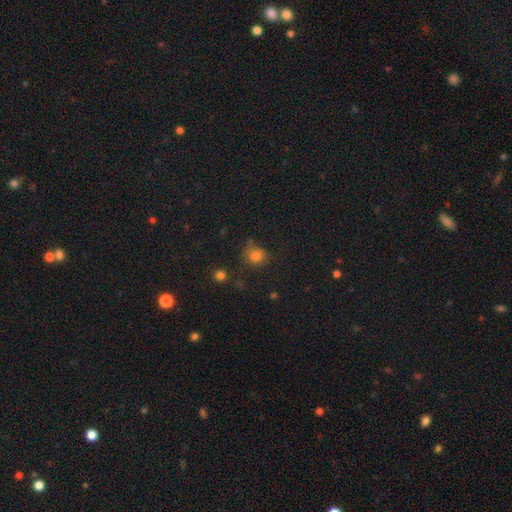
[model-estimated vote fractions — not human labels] smooth 78%, star or artifact 15%, featured or disk 7%. Down the decision tree: how rounded — round (82%); merging — none (66%).